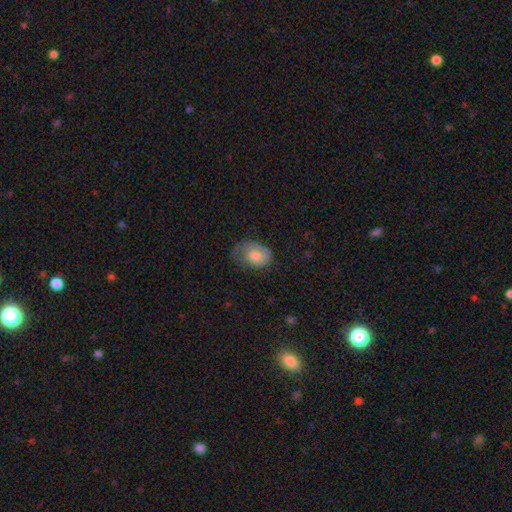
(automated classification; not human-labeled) This is likely a smooth galaxy (62%). How rounded: likely in between (72%). Merging: possibly none (46%).